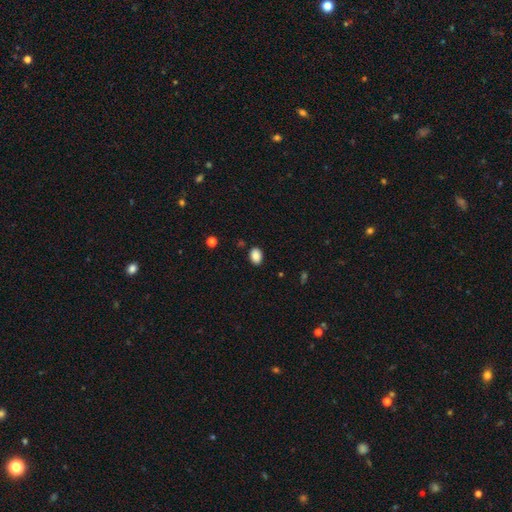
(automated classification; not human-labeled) The model was most divided on "how rounded": in between: 74%, round: 25%, cigar-shaped: 1%. More confident: smooth or featured — smooth (88%); merging — none (87%).